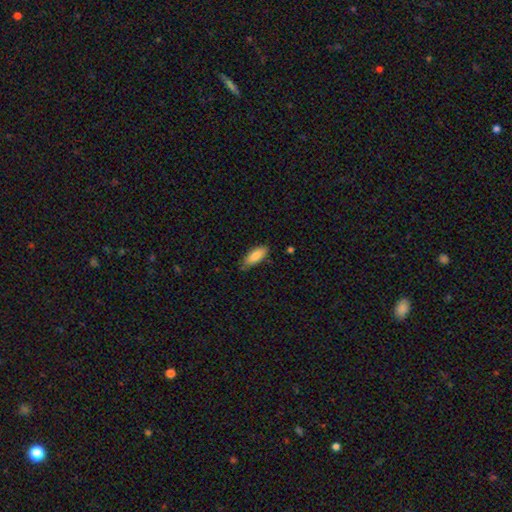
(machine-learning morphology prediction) Smooth or featured?
  - smooth: 85% *
  - featured or disk: 9%
  - star or artifact: 6%
How rounded?
  - in between: 72% *
  - cigar-shaped: 26%
  - round: 2%
Merging?
  - none: 76% *
  - minor disturbance: 19%
  - major disturbance: 3%
  - merger: 2%